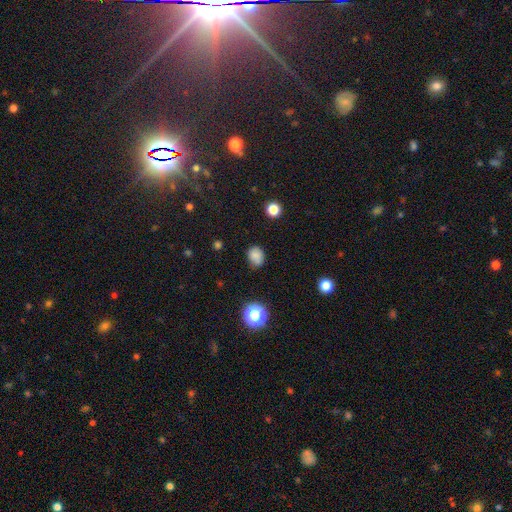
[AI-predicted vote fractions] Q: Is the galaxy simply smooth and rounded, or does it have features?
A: smooth — 80%.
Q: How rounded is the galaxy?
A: round — 53%.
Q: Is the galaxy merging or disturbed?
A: none — 67%.